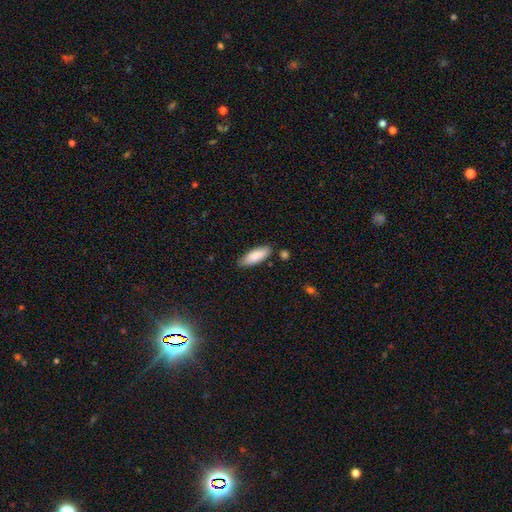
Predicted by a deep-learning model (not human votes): smooth_or_featured: smooth (p=0.86) [alt: featured or disk p=0.09]
how_rounded: in between (p=0.64) [alt: cigar-shaped p=0.34]
merging: none (p=0.82) [alt: minor disturbance p=0.12]